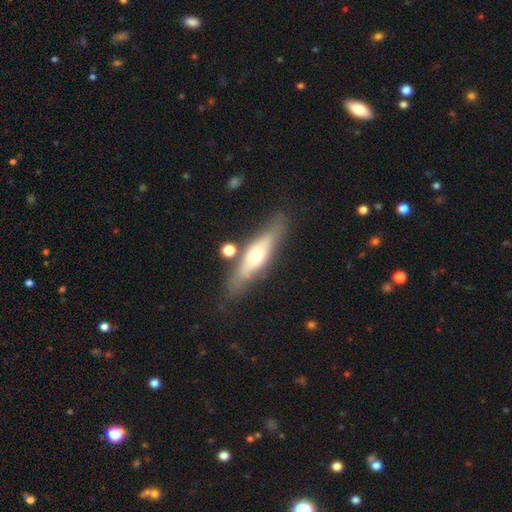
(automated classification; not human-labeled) A featured or disk galaxy (55%) viewed edge-on (69%). Merging: none (73%).